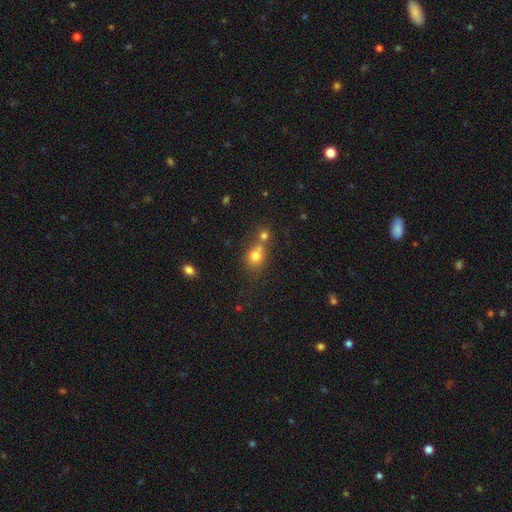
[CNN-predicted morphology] smooth 75%, star or artifact 13%, featured or disk 12%. Down the decision tree: how rounded — round (70%); merging — merger (50%).